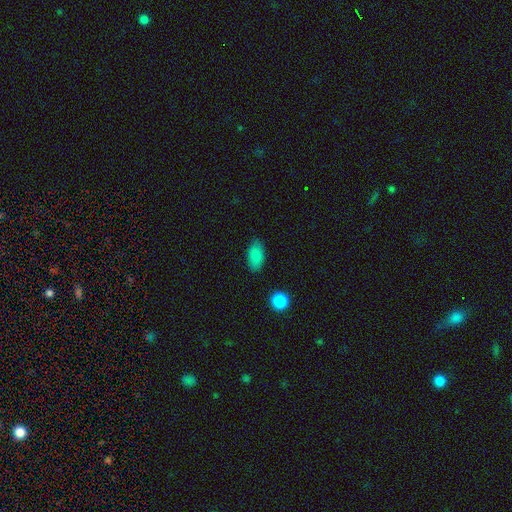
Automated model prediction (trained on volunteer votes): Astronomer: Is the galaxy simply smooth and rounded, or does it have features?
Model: smooth — 87%.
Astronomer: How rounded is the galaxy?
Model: in between — 92%.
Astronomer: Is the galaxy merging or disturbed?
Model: none — 83%.